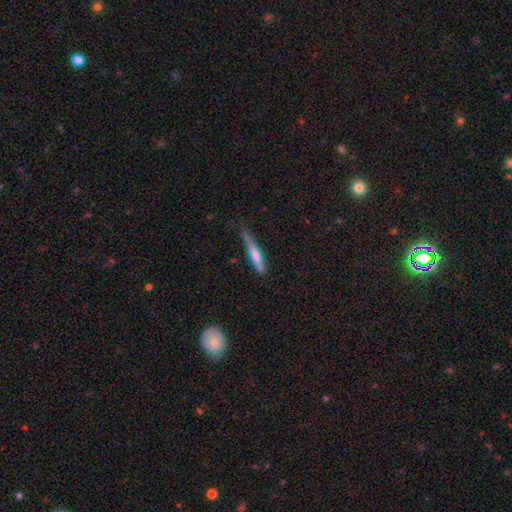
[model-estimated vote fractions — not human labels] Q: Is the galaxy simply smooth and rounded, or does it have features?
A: smooth — 64%.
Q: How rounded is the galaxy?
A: cigar-shaped — 89%.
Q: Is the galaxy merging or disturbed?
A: none — 52%.